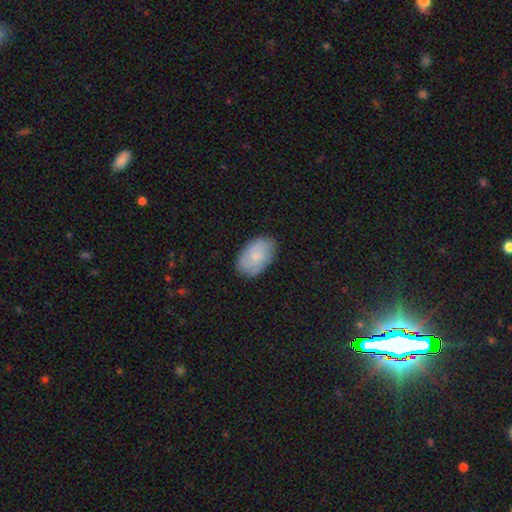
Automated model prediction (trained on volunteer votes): Smooth or featured? smooth (75%)
How rounded? in between (92%)
Merging? none (83%)